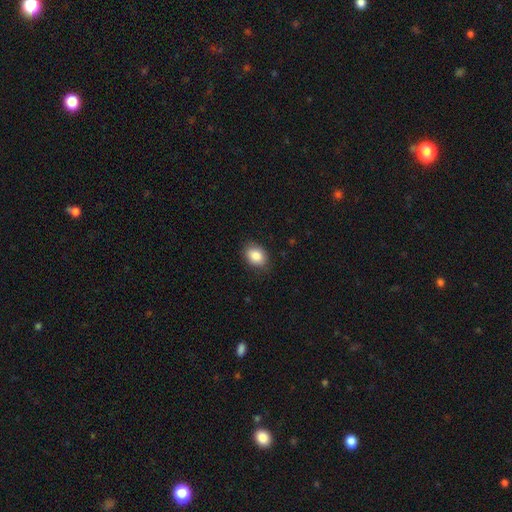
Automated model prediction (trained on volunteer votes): A smooth galaxy with no disk features (87%) that is in between round and cigar-shaped (67%).

Vote fractions:
- Smooth or featured? smooth: 87% / star or artifact: 8% / featured or disk: 5%
- How rounded? in between: 67% / round: 32% / cigar-shaped: 1%
- Merging? none: 84% / minor disturbance: 12% / major disturbance: 3% / merger: 1%